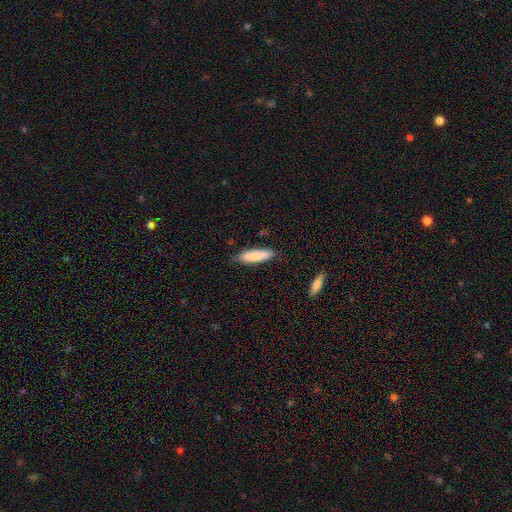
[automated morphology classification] Smooth or featured?
  - smooth: 83% *
  - featured or disk: 11%
  - star or artifact: 6%
How rounded?
  - cigar-shaped: 63% *
  - in between: 35%
  - round: 1%
Merging?
  - none: 82% *
  - minor disturbance: 15%
  - major disturbance: 2%
  - merger: 2%